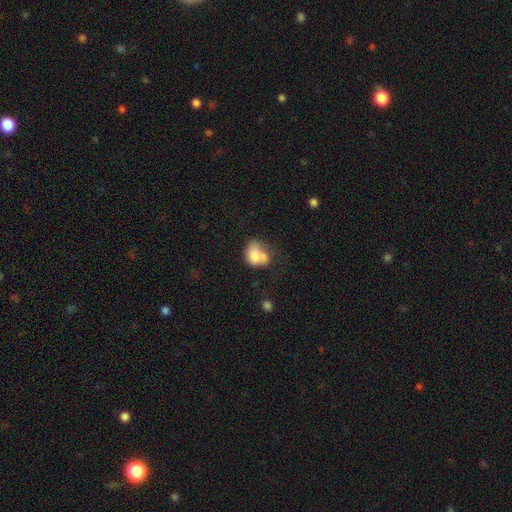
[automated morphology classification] Q: Smooth or featured?
A: smooth (71%); runner-up: featured or disk (20%)
Q: How rounded?
A: in between (64%); runner-up: round (35%)
Q: Merging?
A: merger (34%); runner-up: none (25%)